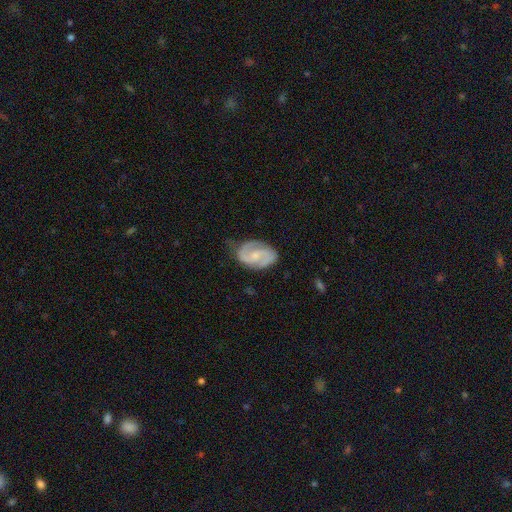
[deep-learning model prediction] Smooth or featured?
  - featured or disk: 84% *
  - smooth: 11%
  - star or artifact: 5%
Edge-on disk?
  - no: 98% *
  - yes: 2%
Bar?
  - weak: 47% *
  - no: 43%
  - strong: 11%
Spiral arms?
  - yes: 97% *
  - no: 3%
Spiral winding?
  - medium: 51% *
  - tight: 33%
  - loose: 16%
Spiral arm count?
  - 2: 89% *
  - can't tell: 5%
  - 3: 2%
  - 1: 2%
  - 4: 1%
  - more than 4: 1%
Bulge size?
  - small: 48% *
  - moderate: 33%
  - none: 16%
  - large: 2%
  - dominant: 1%
Merging?
  - none: 74% *
  - minor disturbance: 19%
  - major disturbance: 5%
  - merger: 1%